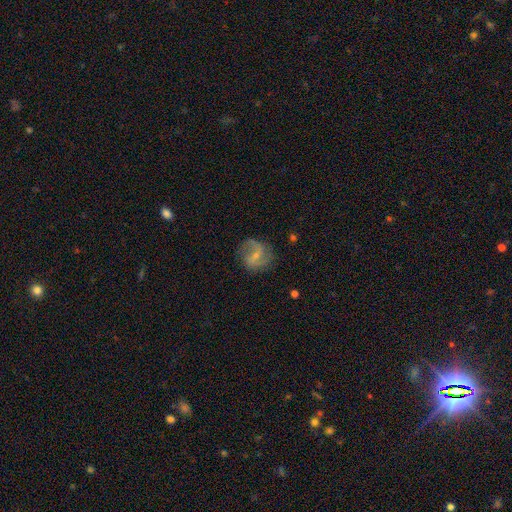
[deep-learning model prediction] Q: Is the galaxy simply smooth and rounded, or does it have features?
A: featured or disk — 67%.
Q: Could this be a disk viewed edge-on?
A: no — 97%.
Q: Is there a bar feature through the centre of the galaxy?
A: weak — 50%.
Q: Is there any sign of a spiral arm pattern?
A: yes — 87%.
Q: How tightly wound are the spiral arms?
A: loose — 47%.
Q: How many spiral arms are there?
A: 2 — 79%.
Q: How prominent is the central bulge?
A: small — 65%.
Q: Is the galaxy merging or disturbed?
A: none — 69%.